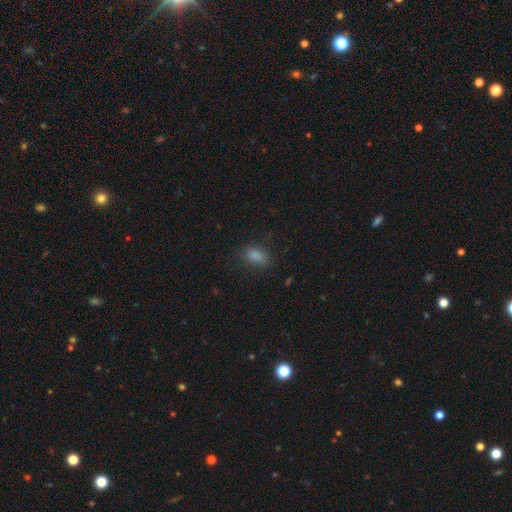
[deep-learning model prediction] Smooth or featured?
  - smooth: 83% *
  - star or artifact: 11%
  - featured or disk: 6%
How rounded?
  - in between: 85% *
  - round: 9%
  - cigar-shaped: 6%
Merging?
  - none: 76% *
  - minor disturbance: 17%
  - major disturbance: 6%
  - merger: 1%